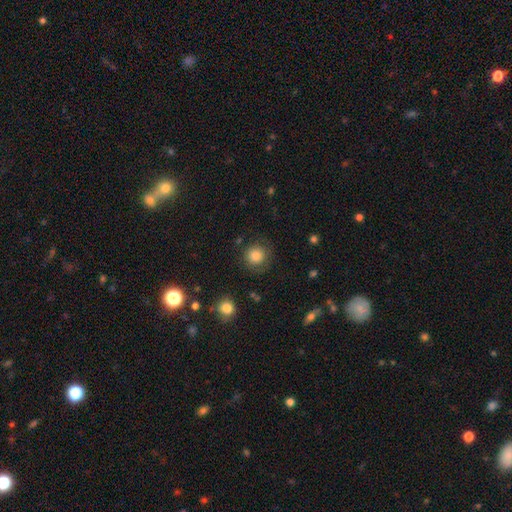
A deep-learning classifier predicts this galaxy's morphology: smooth 81%, star or artifact 10%, featured or disk 9%. Down the decision tree: how rounded — round (93%); merging — none (79%).